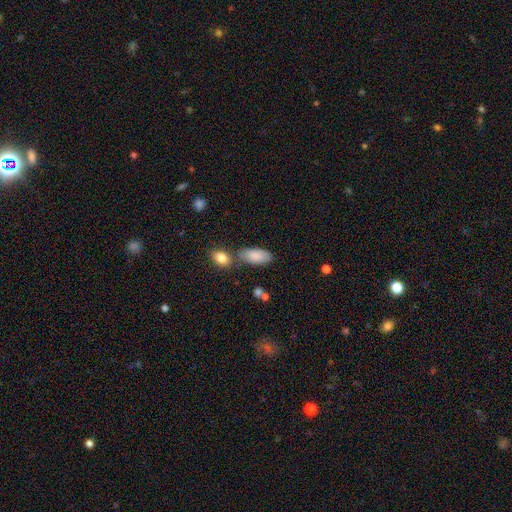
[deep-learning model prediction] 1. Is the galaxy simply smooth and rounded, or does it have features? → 85% smooth, 8% featured or disk, 7% star or artifact.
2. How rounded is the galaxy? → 90% in between, 7% cigar-shaped, 3% round.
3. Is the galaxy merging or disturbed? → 63% none, 17% minor disturbance, 15% merger, 5% major disturbance.